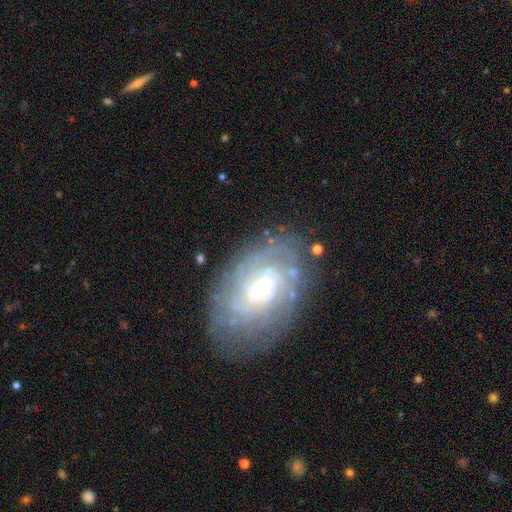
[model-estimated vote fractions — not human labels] smooth-or-featured: featured or disk: 73% | smooth: 18% | star or artifact: 9%
  disk-edge-on: no: 95% | yes: 5%
    bar: no: 52% | weak: 38% | strong: 11%
    has-spiral-arms: yes: 84% | no: 16%
      spiral-winding: tight: 73% | medium: 20% | loose: 7%
      spiral-arm-count: can't tell: 56% | 2: 13% | 3: 9% | 4: 9% | more than 4: 8% | 1: 5%
    bulge-size: moderate: 53% | small: 39% | large: 6% | none: 1% | dominant: 1%
  merging: none: 79% | minor disturbance: 14% | major disturbance: 5% | merger: 2%